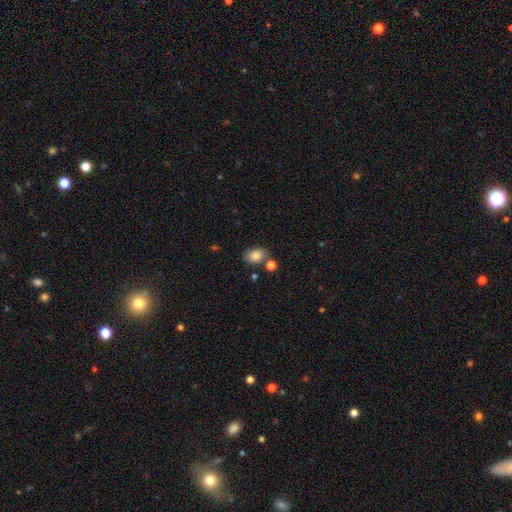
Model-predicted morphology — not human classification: Smooth or featured? smooth (83%)
How rounded? in between (76%)
Merging? none (72%)